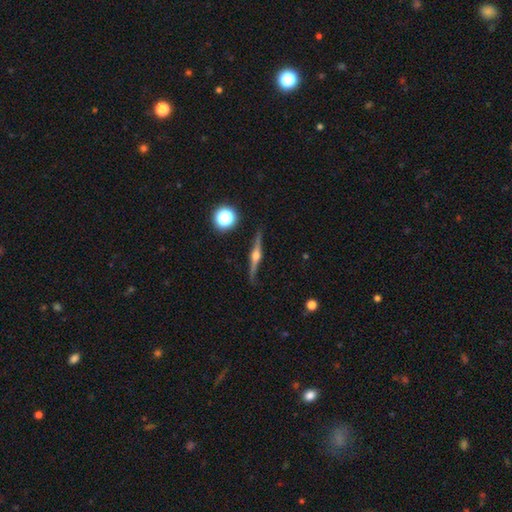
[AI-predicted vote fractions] Smooth or featured? featured or disk (82%)
Edge-on disk? yes (98%)
Edge-on bulge? rounded (95%)
Merging? none (87%)